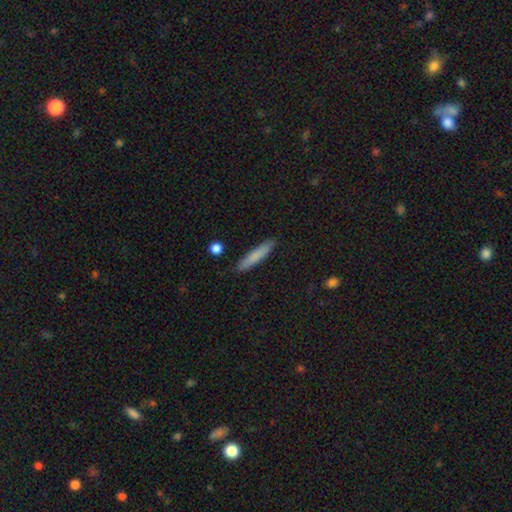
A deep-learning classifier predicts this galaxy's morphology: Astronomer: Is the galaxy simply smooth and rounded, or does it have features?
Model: smooth — 79%.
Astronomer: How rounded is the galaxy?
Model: cigar-shaped — 92%.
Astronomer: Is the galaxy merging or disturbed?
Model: none — 89%.